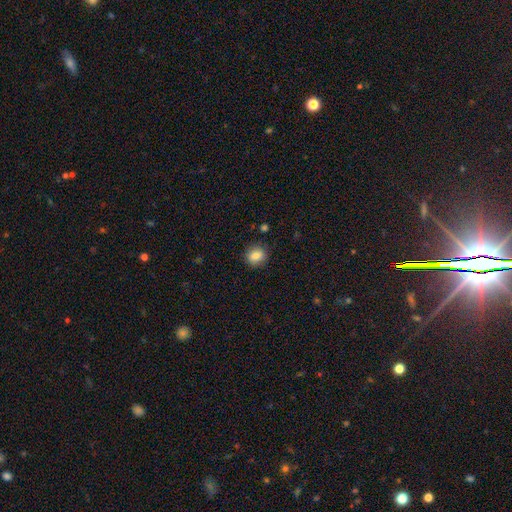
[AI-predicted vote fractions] The model was most divided on "how rounded": round: 79%, in between: 20%, cigar-shaped: 1%. More confident: merging — none (88%); smooth or featured — smooth (84%).